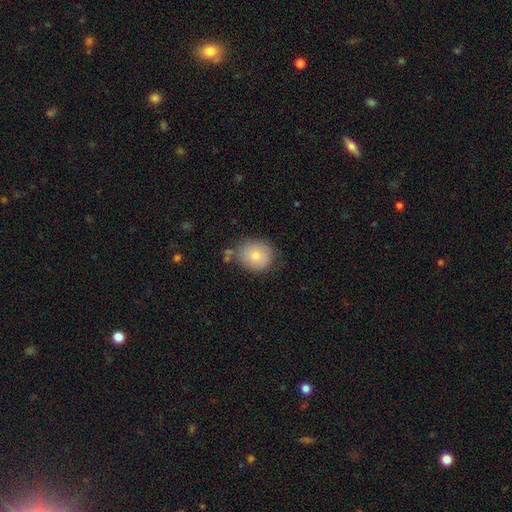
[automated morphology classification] smooth_or_featured: smooth (p=0.77) [alt: featured or disk p=0.14]
how_rounded: round (p=0.72) [alt: in between p=0.27]
merging: none (p=0.68) [alt: minor disturbance p=0.20]